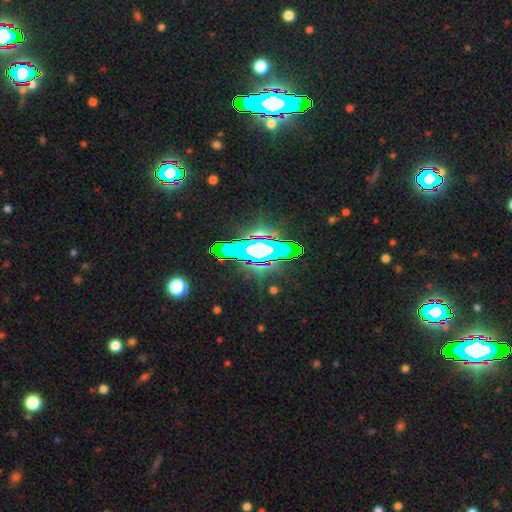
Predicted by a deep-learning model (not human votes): Morphology: type=star or artifact (59%).